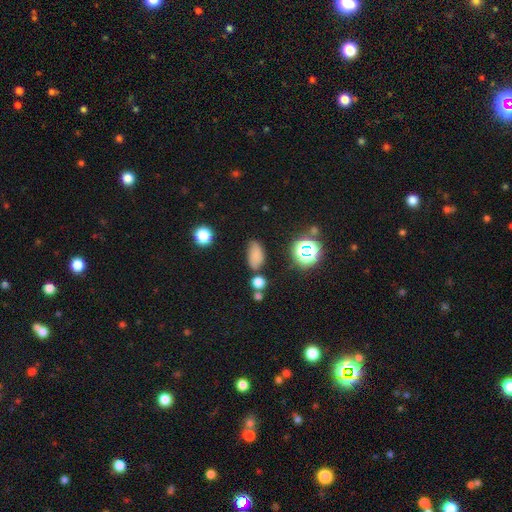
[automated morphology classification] smooth 73%, star or artifact 18%, featured or disk 8%. Down the decision tree: how rounded — in between (88%); merging — none (61%).